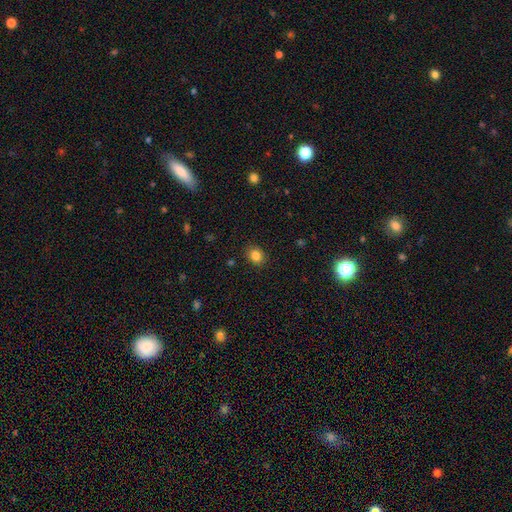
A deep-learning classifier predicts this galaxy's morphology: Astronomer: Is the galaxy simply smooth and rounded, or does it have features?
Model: smooth — 84%.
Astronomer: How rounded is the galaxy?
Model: round — 66%.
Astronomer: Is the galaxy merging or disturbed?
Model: none — 89%.